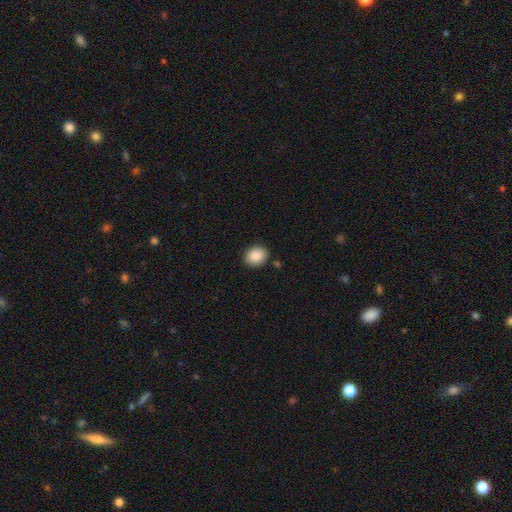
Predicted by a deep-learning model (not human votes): Smooth or featured: smooth — 89% (star or artifact — 8%)
How rounded: round — 62% (in between — 37%)
Merging: none — 88% (minor disturbance — 8%)